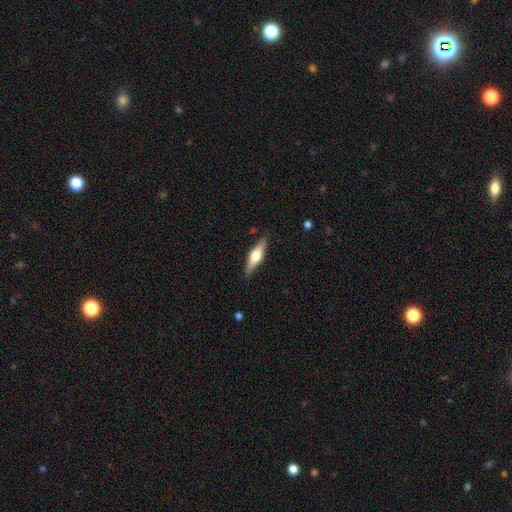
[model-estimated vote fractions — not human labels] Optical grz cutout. It shows a featured or disk galaxy (51%) viewed edge-on (93%). Merging: none (86%).